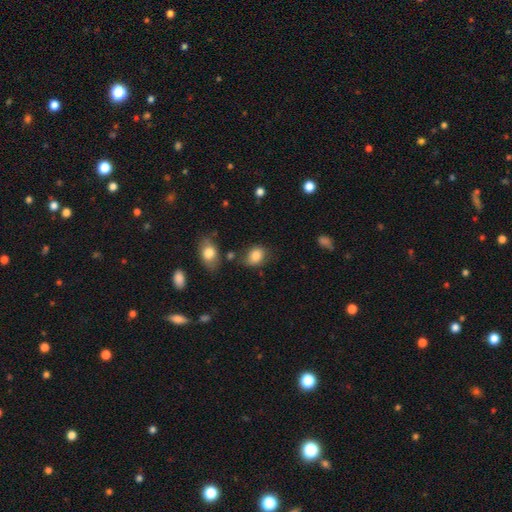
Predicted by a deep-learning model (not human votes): smooth-or-featured: smooth: 84% | star or artifact: 9% | featured or disk: 8%
  how-rounded: in between: 68% | round: 31% | cigar-shaped: 1%
  merging: none: 70% | minor disturbance: 19% | major disturbance: 6% | merger: 5%